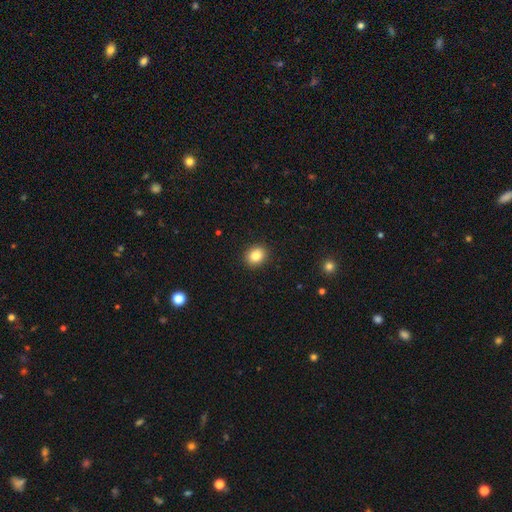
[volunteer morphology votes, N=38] This appears to be a smooth galaxy with no disk features (95%) that is round (56%). Merging: none (100%).